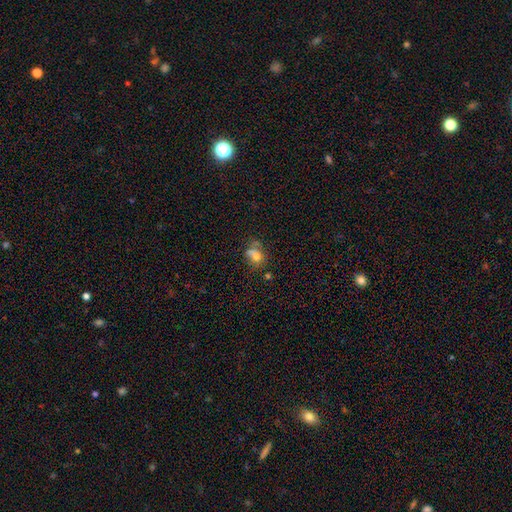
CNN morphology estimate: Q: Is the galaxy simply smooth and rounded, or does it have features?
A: smooth — 69%.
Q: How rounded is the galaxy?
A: round — 53%.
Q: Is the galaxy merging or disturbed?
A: none — 40%.